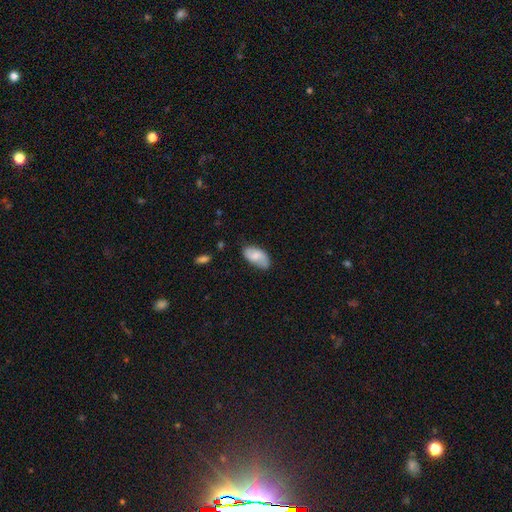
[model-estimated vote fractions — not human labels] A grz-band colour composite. It shows a smooth galaxy with no disk features (70%) that is in between round and cigar-shaped (94%). Merging: none (69%).